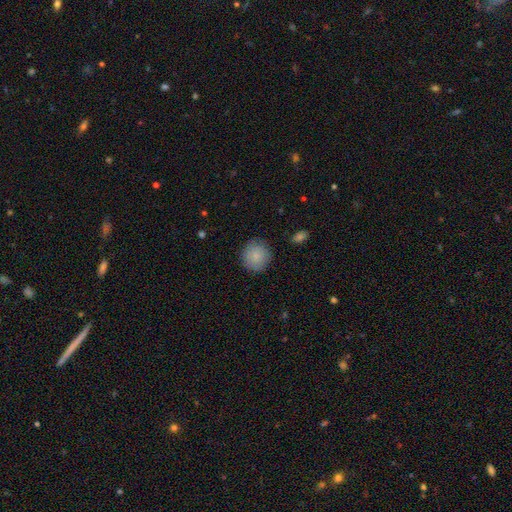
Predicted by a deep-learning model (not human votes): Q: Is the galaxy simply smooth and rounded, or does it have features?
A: smooth — 84%.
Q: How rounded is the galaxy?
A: round — 91%.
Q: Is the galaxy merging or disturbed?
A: none — 86%.